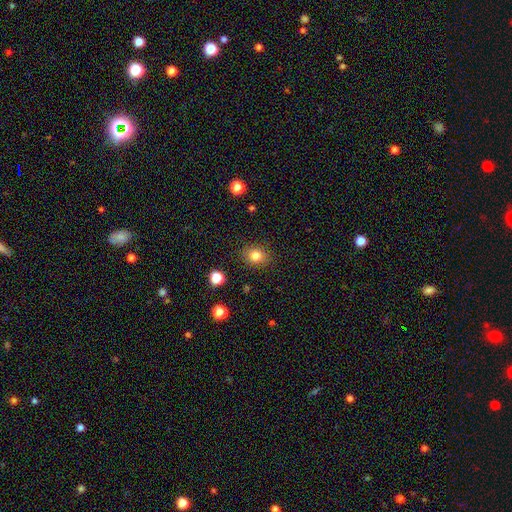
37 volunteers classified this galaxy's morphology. Q: Smooth or featured?
A: smooth (89%); runner-up: featured or disk (5%)
Q: How rounded?
A: round (52%); runner-up: in between (48%)
Q: Merging?
A: none (94%); runner-up: minor disturbance (3%)